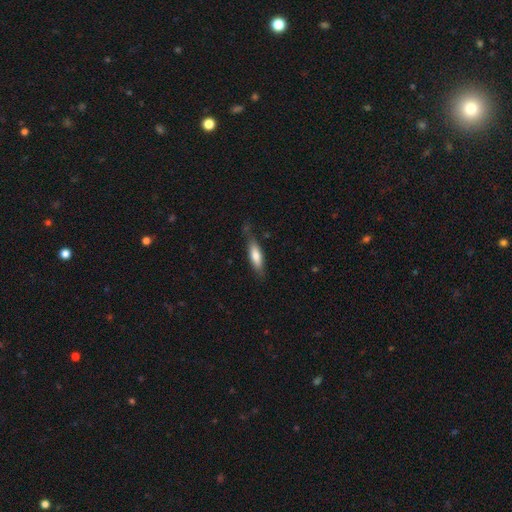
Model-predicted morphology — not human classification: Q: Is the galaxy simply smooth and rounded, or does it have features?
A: smooth — 71%.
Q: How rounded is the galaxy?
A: cigar-shaped — 56%.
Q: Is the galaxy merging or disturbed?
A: none — 67%.